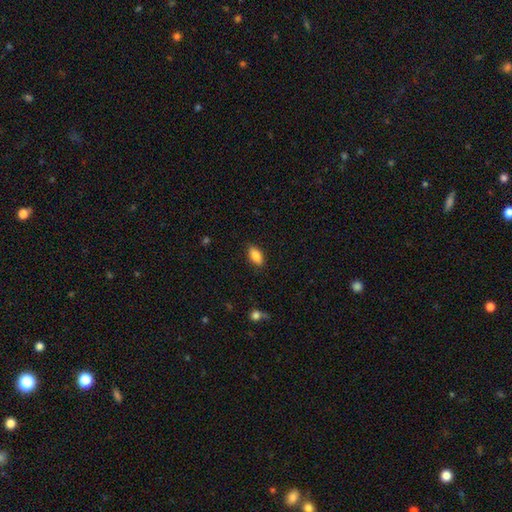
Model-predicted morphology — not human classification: This is clearly a smooth galaxy (85%). How rounded: clearly in between (88%). Merging: clearly none (85%).